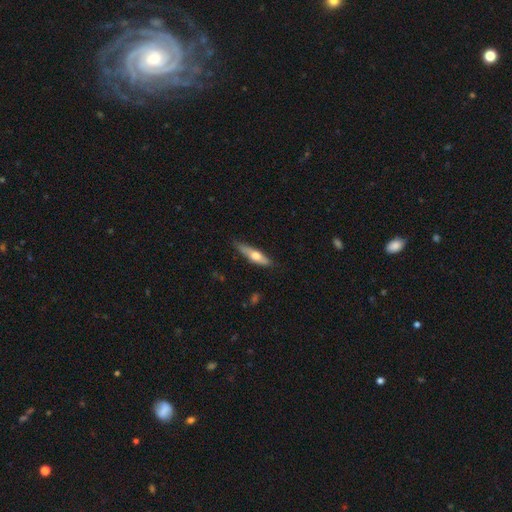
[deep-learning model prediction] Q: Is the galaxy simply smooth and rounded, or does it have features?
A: smooth — 55%.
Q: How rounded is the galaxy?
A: cigar-shaped — 74%.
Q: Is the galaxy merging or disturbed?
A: none — 74%.